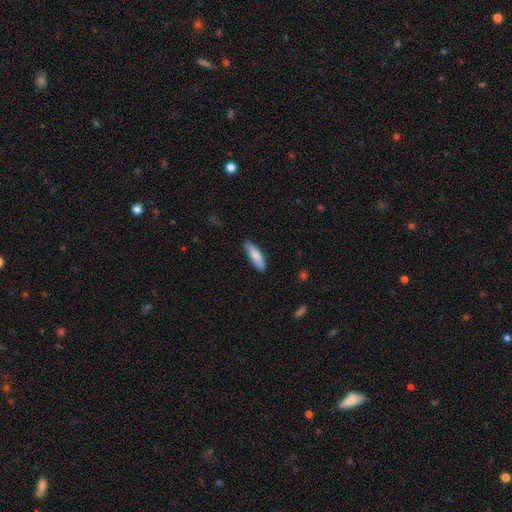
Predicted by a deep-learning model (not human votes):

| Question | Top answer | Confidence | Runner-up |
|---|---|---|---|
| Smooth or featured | smooth | 83% | featured or disk (11%) |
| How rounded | cigar-shaped | 59% | in between (40%) |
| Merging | none | 81% | minor disturbance (15%) |